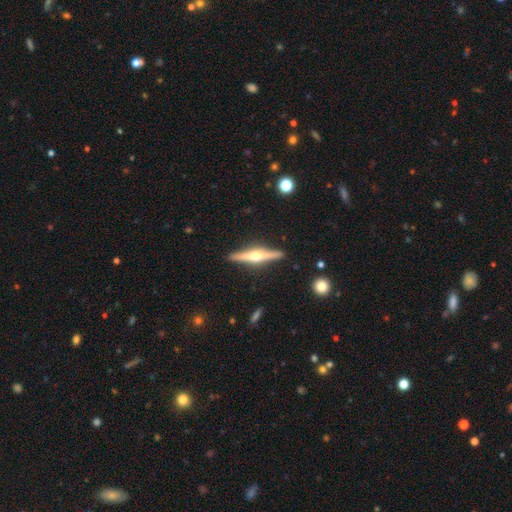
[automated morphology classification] featured or disk 76%, smooth 19%, star or artifact 5%. Down the decision tree: edge-on disk — yes (98%); edge-on bulge — rounded (94%); merging — none (90%).